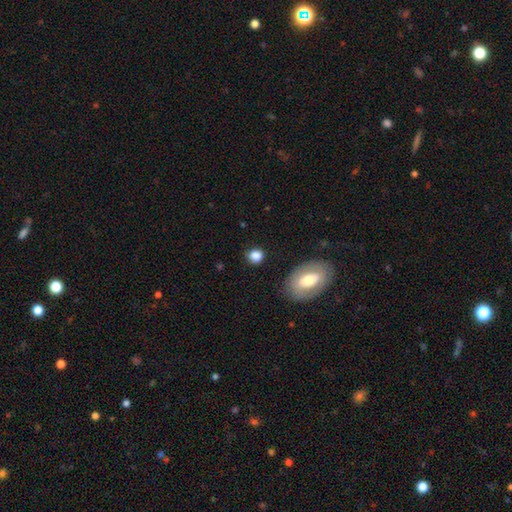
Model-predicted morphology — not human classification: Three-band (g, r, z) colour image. It shows a smooth galaxy with no disk features (83%) that is round (73%). Merging: none (79%).